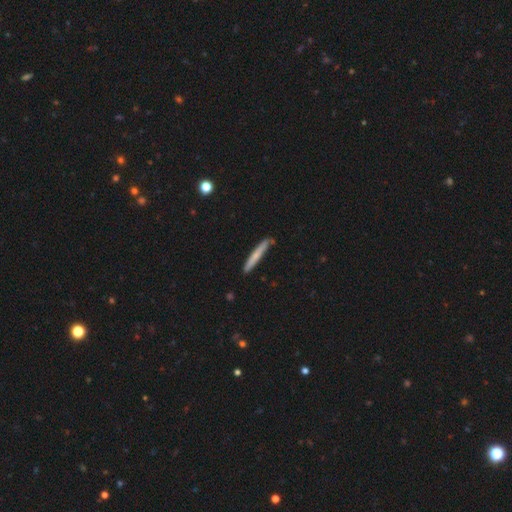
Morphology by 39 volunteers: Volunteers were most divided on "smooth or featured": smooth: 54%, featured or disk: 41%, star or artifact: 5%. More confident: how rounded — cigar-shaped (90%); merging — none (86%).